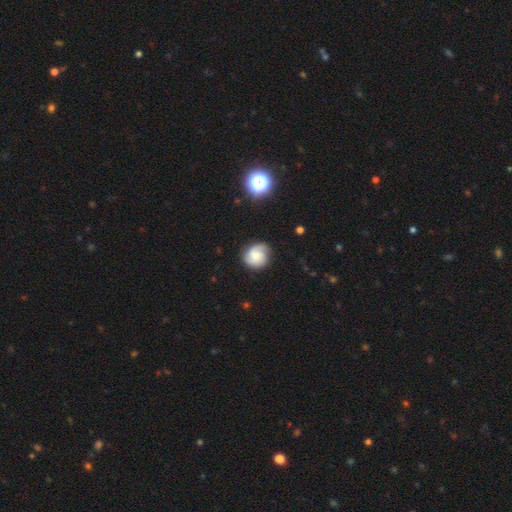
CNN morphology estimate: Overall: featured or disk (60%; smooth 31%). Edge-on disk: no (98%). Bar: no (65%; weak 30%). Spiral arms: yes (94%). Spiral arm count: 2 (55%; 3 18%). Spiral winding: tight (44%; medium 41%). Bulge size: small (43%; moderate 40%). Merging: none (79%).